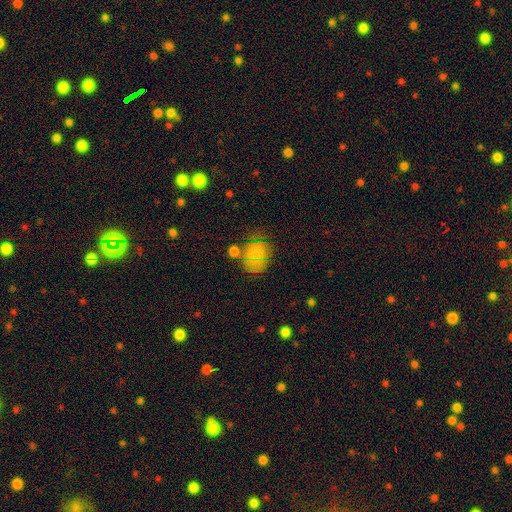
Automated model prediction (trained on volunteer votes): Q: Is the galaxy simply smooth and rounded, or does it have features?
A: smooth — 75%.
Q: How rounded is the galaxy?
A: round — 70%.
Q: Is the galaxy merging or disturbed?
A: none — 57%.